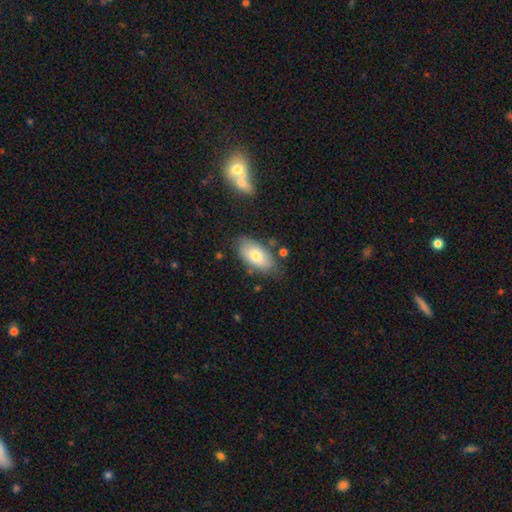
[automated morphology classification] smooth 74%, featured or disk 19%, star or artifact 7%. Down the decision tree: how rounded — in between (93%); merging — none (74%).